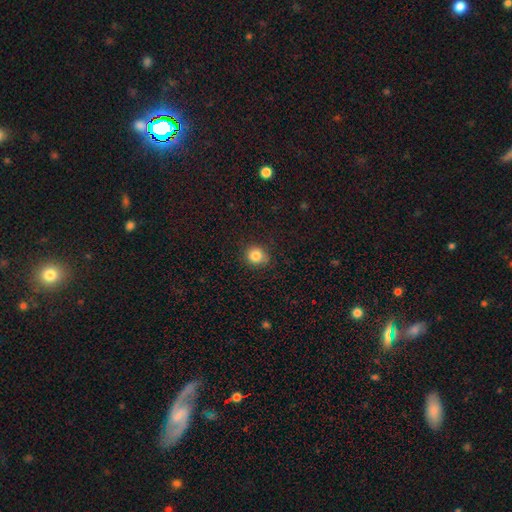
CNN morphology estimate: The model was most divided on "how rounded": round: 84%, in between: 15%, cigar-shaped: 1%. More confident: merging — none (85%); smooth or featured — smooth (83%).